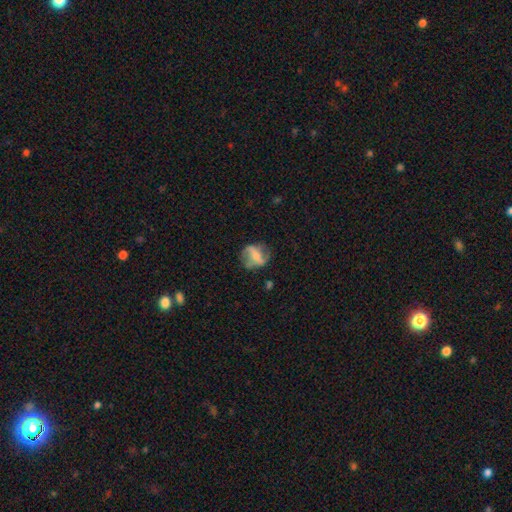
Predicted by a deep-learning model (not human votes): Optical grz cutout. It shows a featured or disk galaxy (65%) with a strong bar (47%), spiral arms (76%) and a small central bulge (46%). Merging: none (66%).